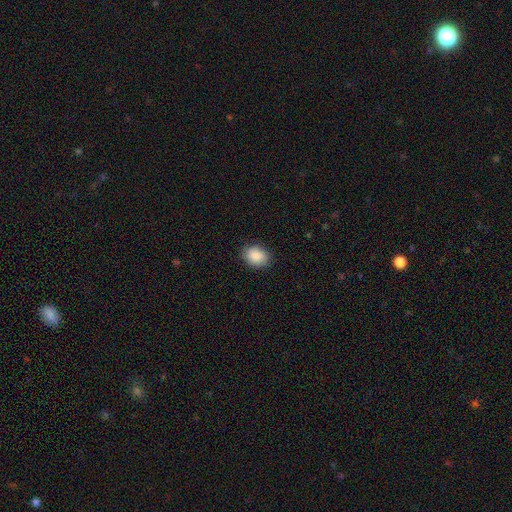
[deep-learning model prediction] Morphology: type=smooth (87%); roundness=in between (59%); merging=none (86%).